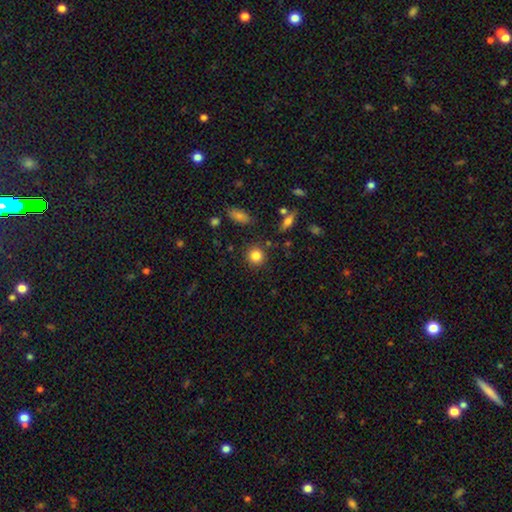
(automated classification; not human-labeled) The model was most divided on "smooth or featured": smooth: 84%, star or artifact: 10%, featured or disk: 6%. More confident: how rounded — round (90%); merging — none (86%).